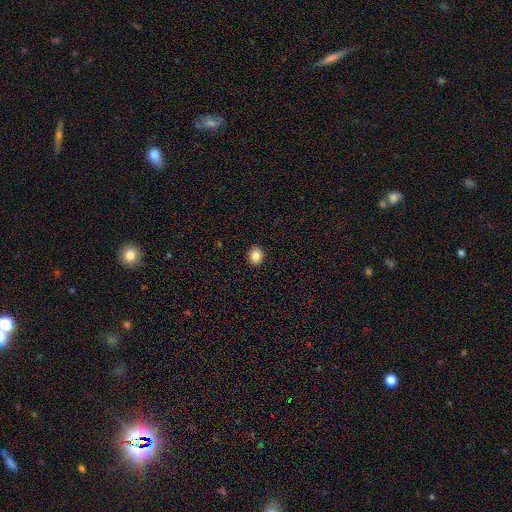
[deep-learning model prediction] Smooth or featured?
  - smooth: 85% *
  - star or artifact: 10%
  - featured or disk: 5%
How rounded?
  - round: 67% *
  - in between: 32%
  - cigar-shaped: 1%
Merging?
  - none: 92% *
  - minor disturbance: 6%
  - major disturbance: 2%
  - merger: 1%